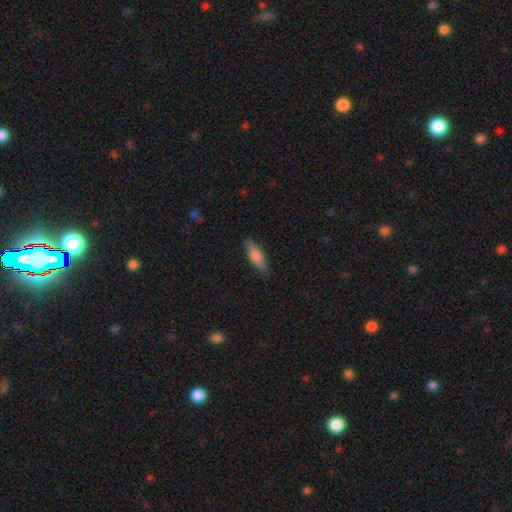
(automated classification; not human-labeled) Smooth or featured? smooth (77%)
How rounded? in between (56%)
Merging? none (83%)